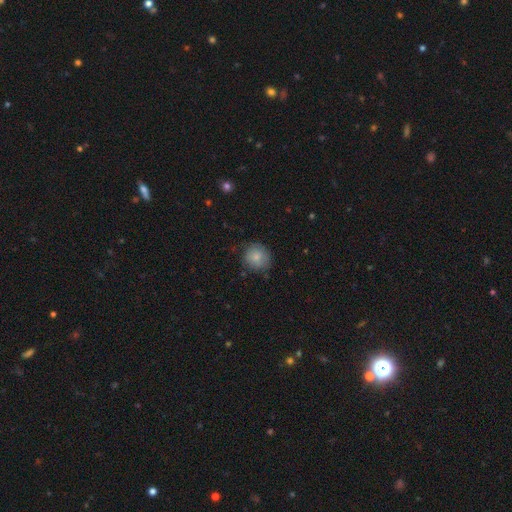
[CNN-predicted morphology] smooth_or_featured: smooth (p=0.81) [alt: featured or disk p=0.11]
how_rounded: round (p=0.85) [alt: in between p=0.15]
merging: none (p=0.73) [alt: minor disturbance p=0.20]